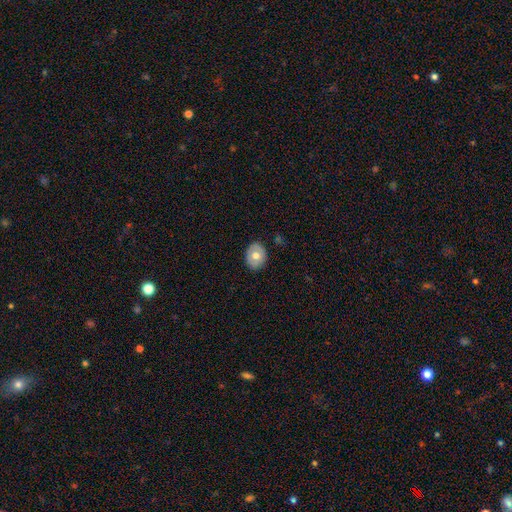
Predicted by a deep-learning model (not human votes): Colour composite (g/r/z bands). It shows a smooth galaxy with no disk features (62%) that is round (50%). Merging: none (85%).